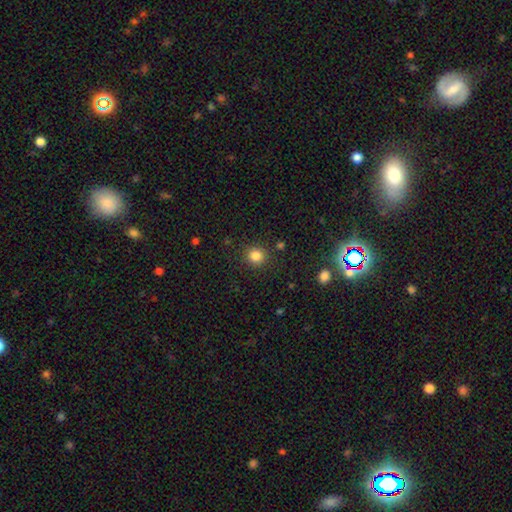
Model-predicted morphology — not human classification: This is clearly a smooth galaxy (83%). How rounded: clearly round (90%). Merging: clearly none (89%).